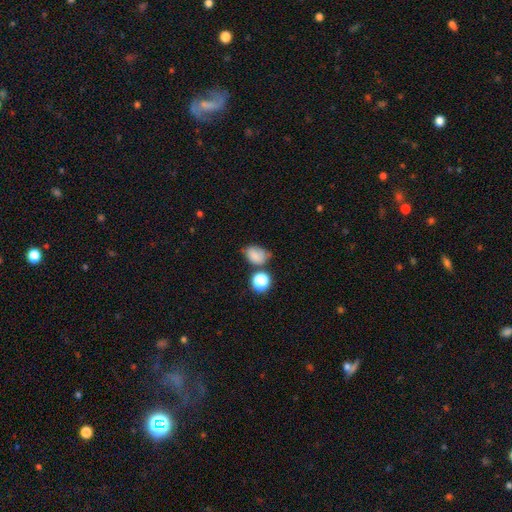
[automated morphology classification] smooth 76%, star or artifact 14%, featured or disk 11%. Down the decision tree: how rounded — in between (71%); merging — none (50%).